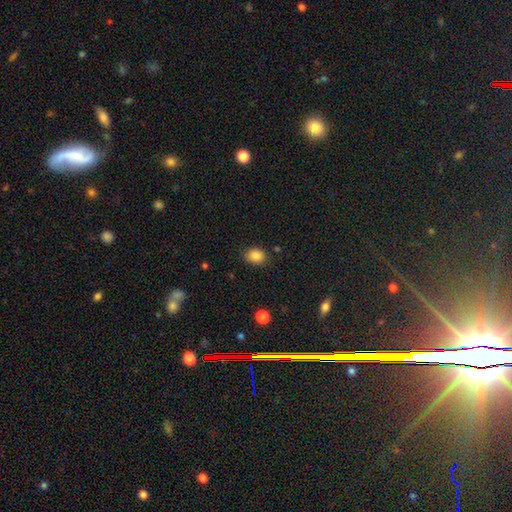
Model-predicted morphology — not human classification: type=smooth (86%); roundness=in between (58%); merging=none (83%).